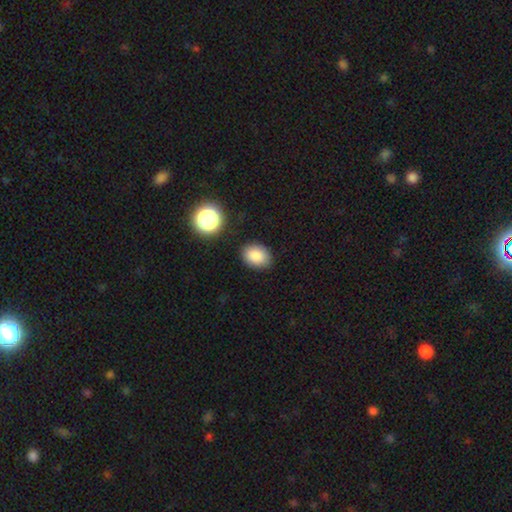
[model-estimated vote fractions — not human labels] Smooth or featured? smooth (85%)
How rounded? in between (70%)
Merging? none (84%)